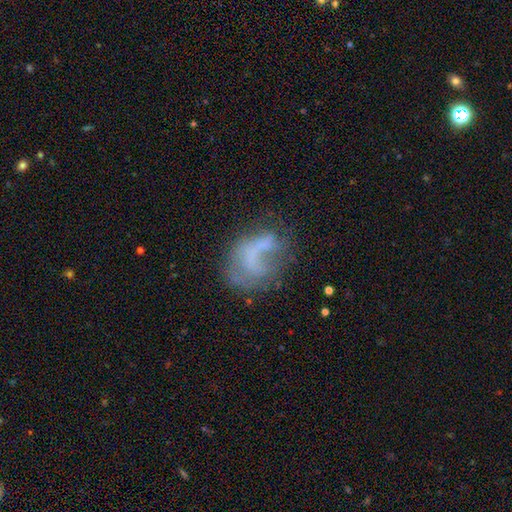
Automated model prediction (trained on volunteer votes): smooth-or-featured: featured or disk: 52% | smooth: 32% | star or artifact: 16%
  disk-edge-on: no: 97% | yes: 3%
    bar: no: 75% | weak: 17% | strong: 8%
    has-spiral-arms: no: 66% | yes: 34%
    bulge-size: none: 75% | small: 13% | moderate: 7% | large: 3% | dominant: 2%
  merging: none: 41% | major disturbance: 30% | minor disturbance: 21% | merger: 7%